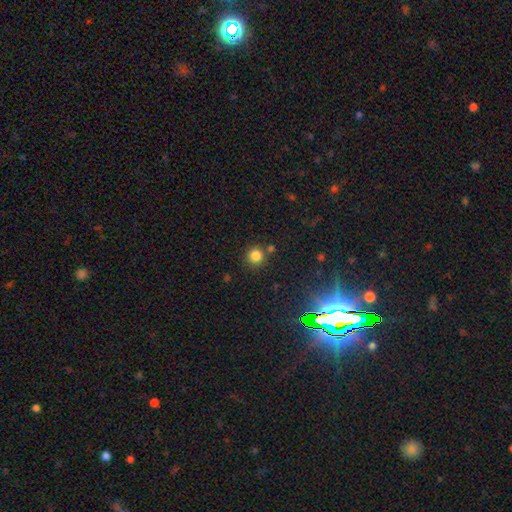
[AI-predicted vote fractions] Smooth or featured?
  - smooth: 82% *
  - star or artifact: 14%
  - featured or disk: 4%
How rounded?
  - round: 93% *
  - in between: 6%
  - cigar-shaped: 1%
Merging?
  - none: 81% *
  - merger: 8%
  - minor disturbance: 8%
  - major disturbance: 3%